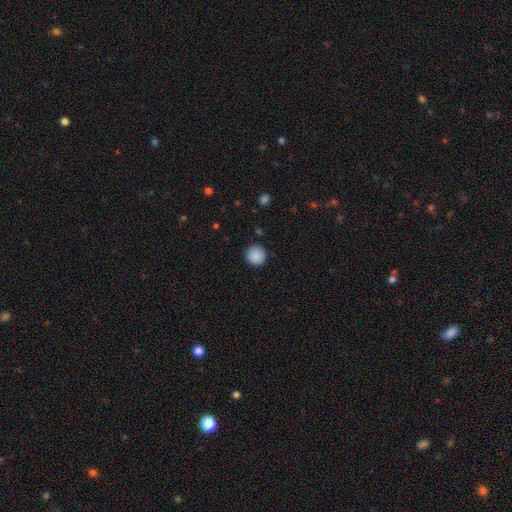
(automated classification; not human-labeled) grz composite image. It shows a smooth galaxy with no disk features (88%) that is round (95%). Merging: none (90%).